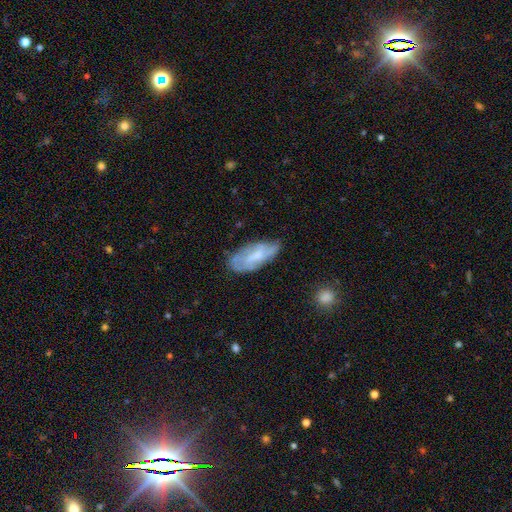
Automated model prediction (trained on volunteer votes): A featured or disk galaxy (50%).

Vote fractions:
- Smooth or featured? featured or disk: 50% / smooth: 43% / star or artifact: 8%
- Merging? none: 61% / minor disturbance: 28% / major disturbance: 9% / merger: 2%